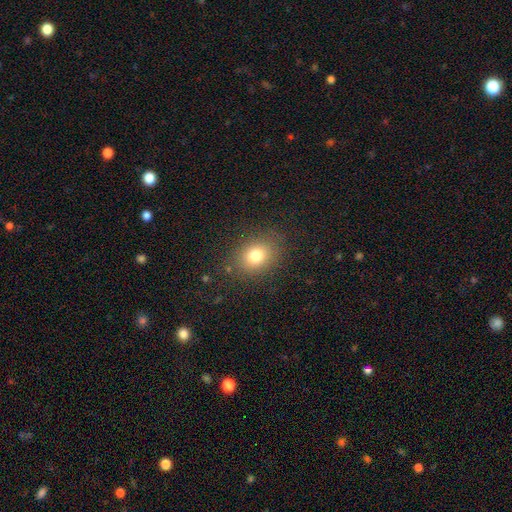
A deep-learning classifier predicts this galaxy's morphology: Smooth or featured? Predicted: smooth (p=0.78). How rounded? Predicted: in between (p=0.50). Merging? Predicted: none (p=0.84).